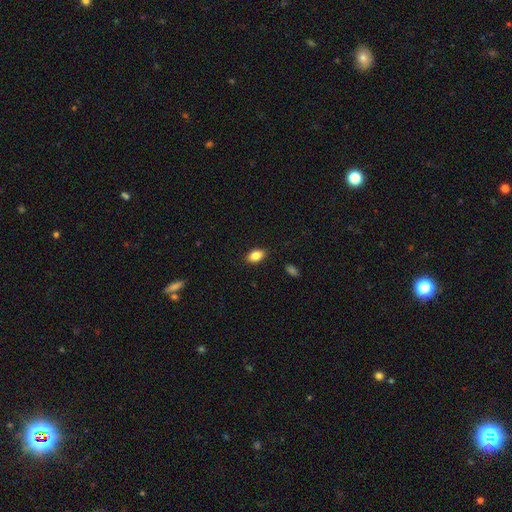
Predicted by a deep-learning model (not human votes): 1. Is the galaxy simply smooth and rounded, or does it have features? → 85% smooth, 8% star or artifact, 7% featured or disk.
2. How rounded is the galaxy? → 90% in between, 7% round, 3% cigar-shaped.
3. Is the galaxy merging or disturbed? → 88% none, 9% minor disturbance, 2% major disturbance, 1% merger.